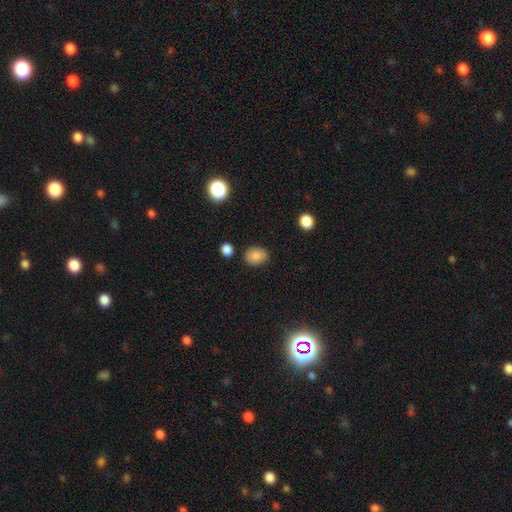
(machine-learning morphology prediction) smooth-or-featured: smooth: 84% | star or artifact: 10% | featured or disk: 6%
  how-rounded: in between: 63% | round: 36% | cigar-shaped: 1%
  merging: none: 81% | minor disturbance: 13% | major disturbance: 3% | merger: 3%